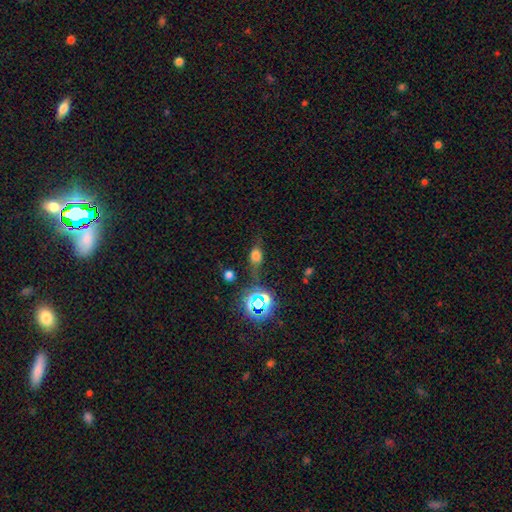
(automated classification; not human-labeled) This appears to be a smooth galaxy with no disk features (54%) that is in between round and cigar-shaped (60%). Merging: none (61%).